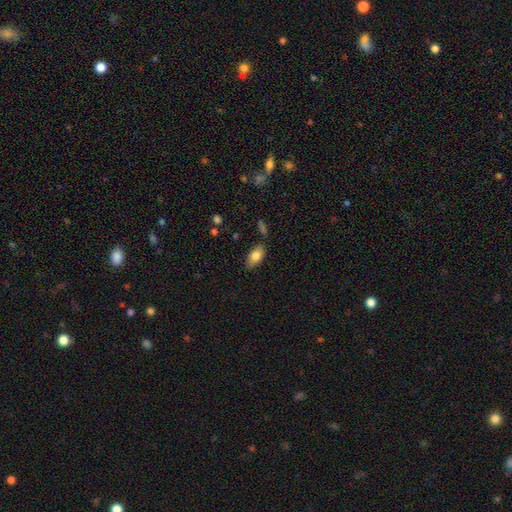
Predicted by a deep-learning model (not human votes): smooth-or-featured: smooth: 81% | featured or disk: 12% | star or artifact: 7%
  how-rounded: in between: 91% | cigar-shaped: 5% | round: 4%
  merging: none: 80% | minor disturbance: 13% | merger: 3% | major disturbance: 3%